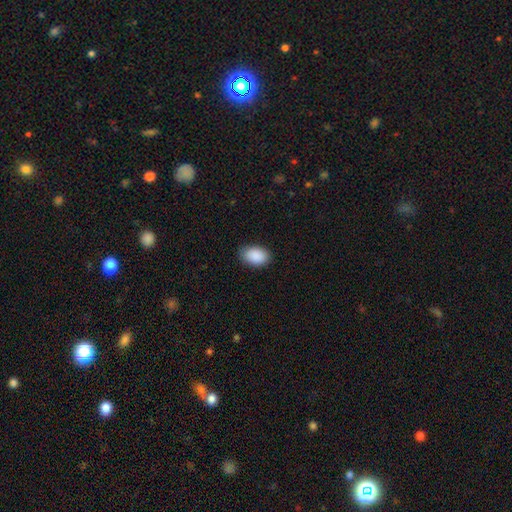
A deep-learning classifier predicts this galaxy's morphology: Smooth or featured? Predicted: smooth (p=0.91). How rounded? Predicted: in between (p=0.89). Merging? Predicted: none (p=0.84).